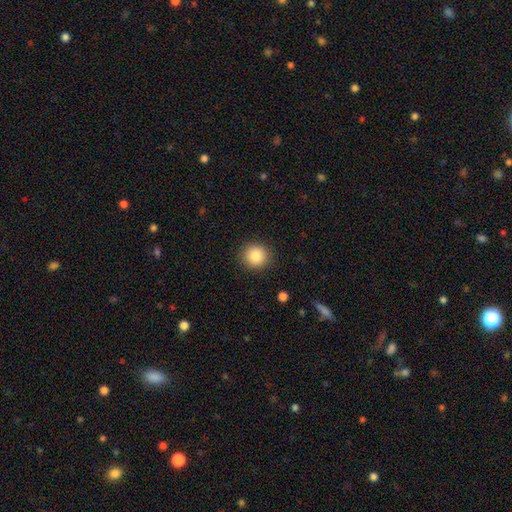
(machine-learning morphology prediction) The model was most divided on "how rounded": round: 88%, in between: 11%, cigar-shaped: 1%. More confident: merging — none (89%); smooth or featured — smooth (86%).